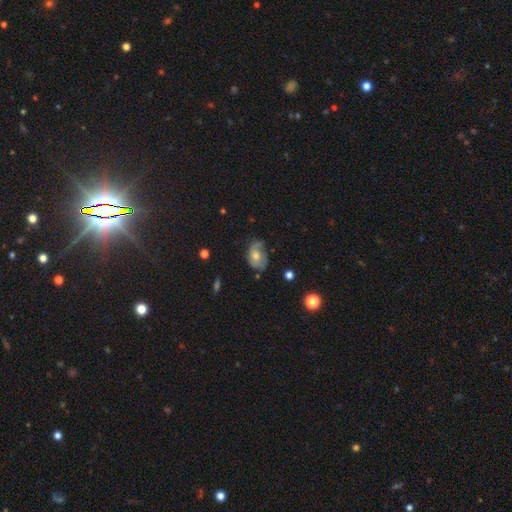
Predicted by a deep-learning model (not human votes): smooth_or_featured: featured or disk (p=0.57) [alt: smooth p=0.33]
disk_edge_on: no (p=0.96) [alt: yes p=0.04]
bar: no (p=0.74) [alt: weak p=0.22]
has_spiral_arms: yes (p=0.77) [alt: no p=0.23]
bulge_size: moderate (p=0.62) [alt: small p=0.26]
merging: none (p=0.51) [alt: minor disturbance p=0.30]